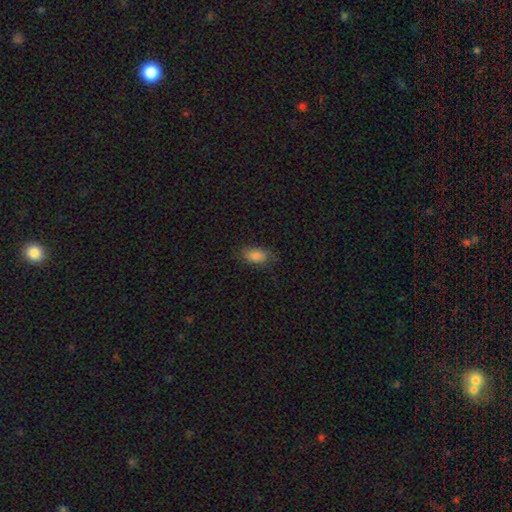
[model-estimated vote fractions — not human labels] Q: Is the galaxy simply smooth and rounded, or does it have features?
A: smooth — 85%.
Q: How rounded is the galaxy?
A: in between — 91%.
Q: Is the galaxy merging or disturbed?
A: none — 75%.